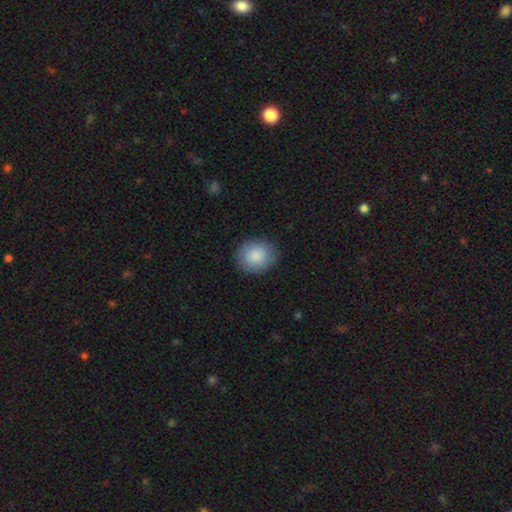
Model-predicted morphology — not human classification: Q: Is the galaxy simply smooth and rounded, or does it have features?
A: smooth — 86%.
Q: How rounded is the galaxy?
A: round — 67%.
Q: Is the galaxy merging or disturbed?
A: none — 82%.